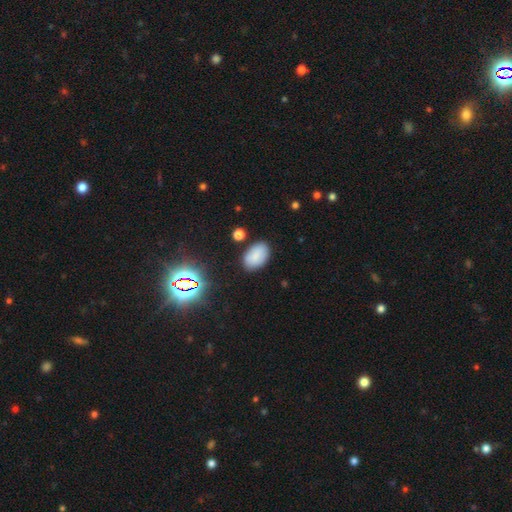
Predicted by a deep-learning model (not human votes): Smooth or featured? Predicted: smooth (p=0.81). How rounded? Predicted: in between (p=0.90). Merging? Predicted: none (p=0.81).